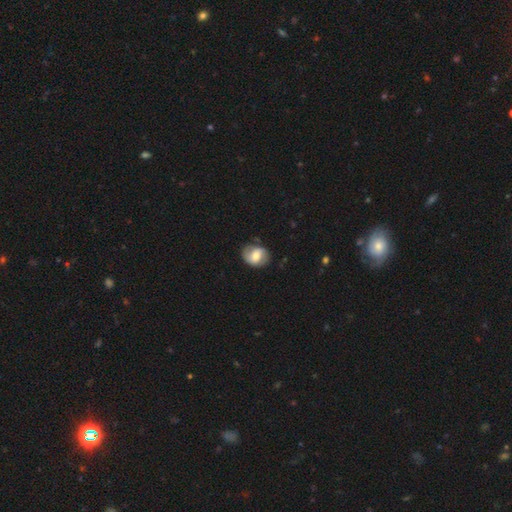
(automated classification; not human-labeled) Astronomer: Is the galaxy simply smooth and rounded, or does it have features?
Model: featured or disk — 50% (runner-up: smooth, 43%).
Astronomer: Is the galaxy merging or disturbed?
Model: none — 75%.